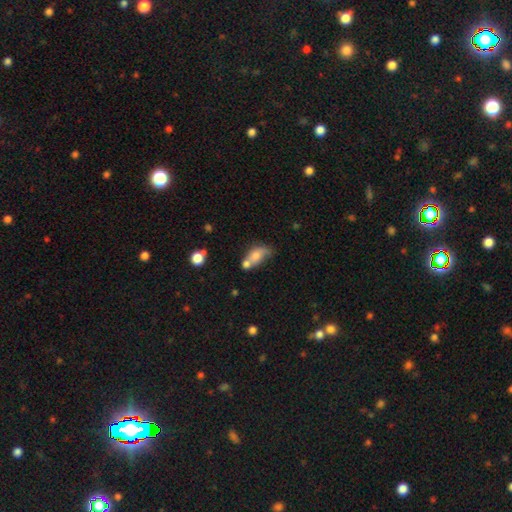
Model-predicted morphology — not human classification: Smooth or featured? Predicted: smooth (p=0.67). How rounded? Predicted: in between (p=0.79). Merging? Predicted: merger (p=0.45).